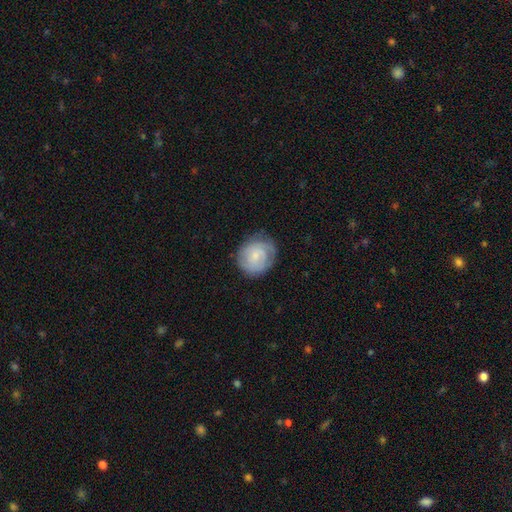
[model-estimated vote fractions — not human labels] Smooth or featured?
  - smooth: 49% *
  - featured or disk: 44%
  - star or artifact: 7%
Merging?
  - none: 70% *
  - minor disturbance: 21%
  - major disturbance: 8%
  - merger: 1%